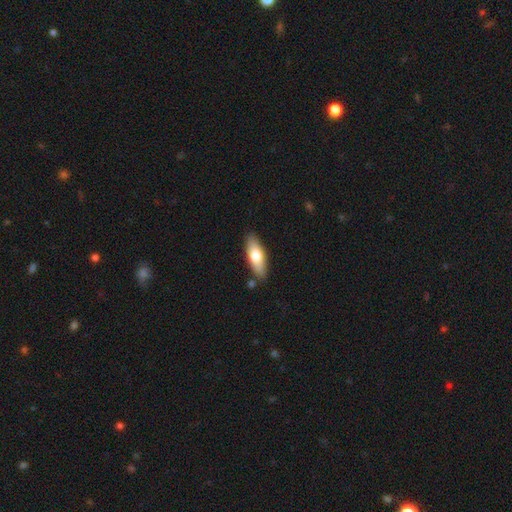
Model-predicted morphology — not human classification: Smooth or featured: smooth — 69% (featured or disk — 26%)
How rounded: in between — 63% (cigar-shaped — 35%)
Merging: none — 84% (minor disturbance — 11%)